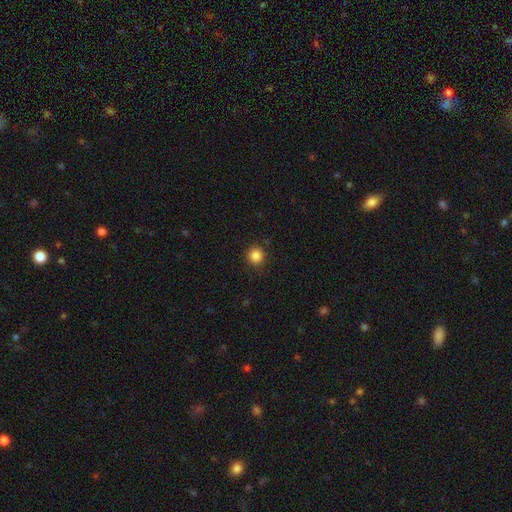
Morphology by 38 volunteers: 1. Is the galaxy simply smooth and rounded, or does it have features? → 95% smooth, 3% featured or disk, 3% star or artifact.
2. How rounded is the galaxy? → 97% round, 3% in between, 0% cigar-shaped.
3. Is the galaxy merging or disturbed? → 95% none, 3% minor disturbance, 3% major disturbance, 0% merger.